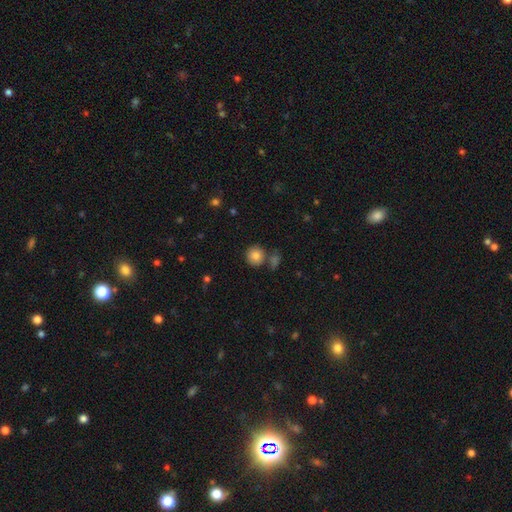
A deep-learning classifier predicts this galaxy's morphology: type=smooth (83%); roundness=round (91%); merging=none (74%).